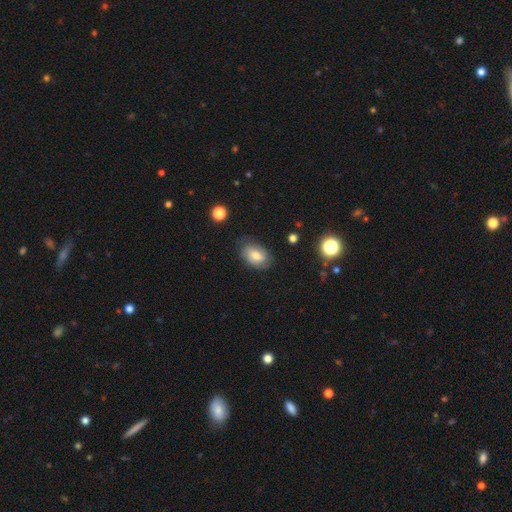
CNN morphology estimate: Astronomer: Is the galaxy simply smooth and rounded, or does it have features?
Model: smooth — 62%.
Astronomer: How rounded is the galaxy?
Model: in between — 85%.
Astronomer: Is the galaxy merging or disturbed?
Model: none — 76%.